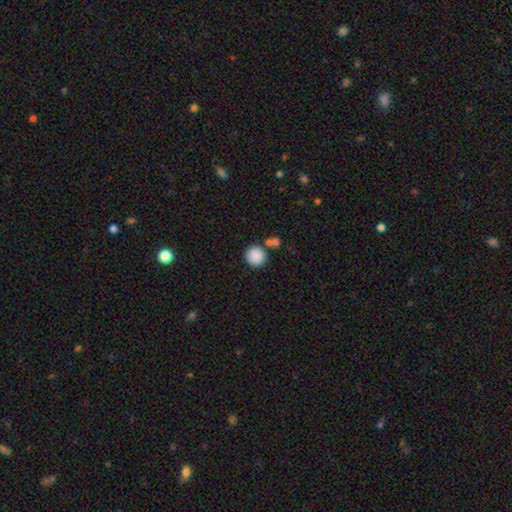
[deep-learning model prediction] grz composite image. It shows a smooth galaxy with no disk features (88%) that is round (93%). Merging: none (76%).